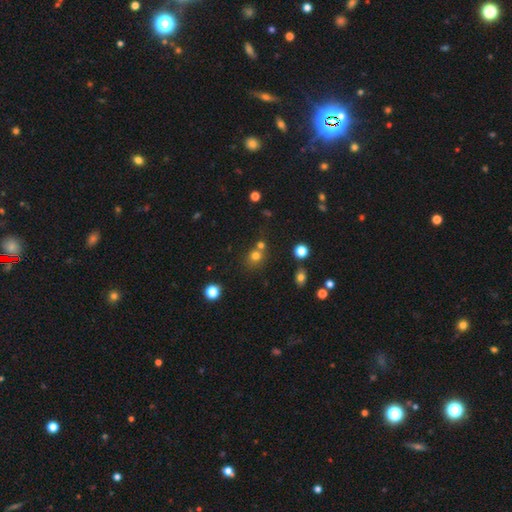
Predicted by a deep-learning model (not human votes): Smooth or featured? smooth (73%)
How rounded? round (81%)
Merging? none (57%)